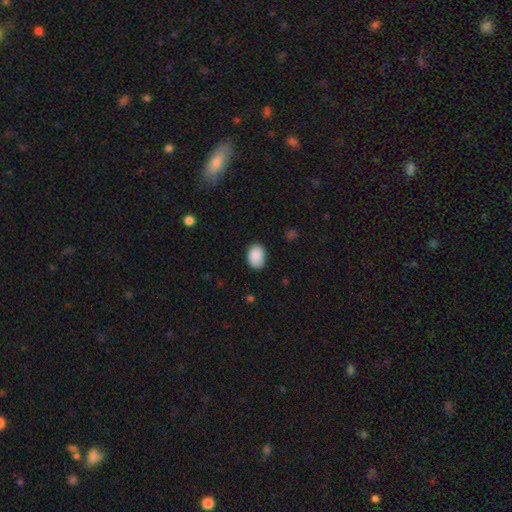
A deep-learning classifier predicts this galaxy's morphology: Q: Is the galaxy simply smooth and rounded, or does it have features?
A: smooth — 90%.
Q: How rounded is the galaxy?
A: in between — 78%.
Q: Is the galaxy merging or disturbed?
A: none — 82%.